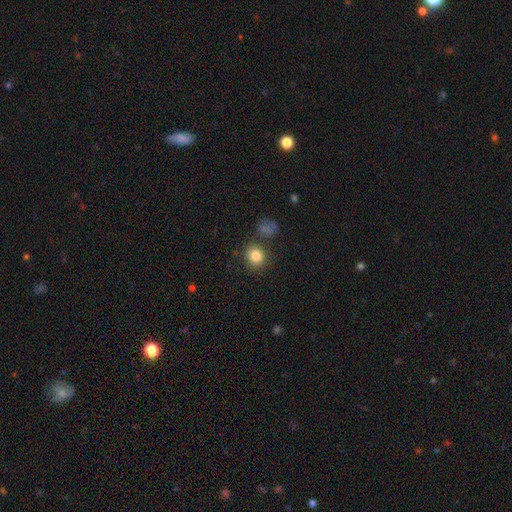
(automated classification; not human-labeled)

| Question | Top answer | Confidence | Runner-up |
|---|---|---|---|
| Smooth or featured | smooth | 84% | star or artifact (10%) |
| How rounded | round | 82% | in between (17%) |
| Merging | none | 80% | minor disturbance (10%) |